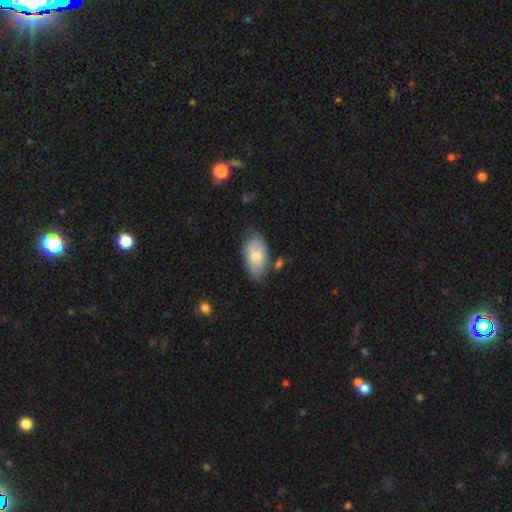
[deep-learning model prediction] smooth 74%, featured or disk 20%, star or artifact 6%. Down the decision tree: how rounded — in between (94%); merging — none (68%).